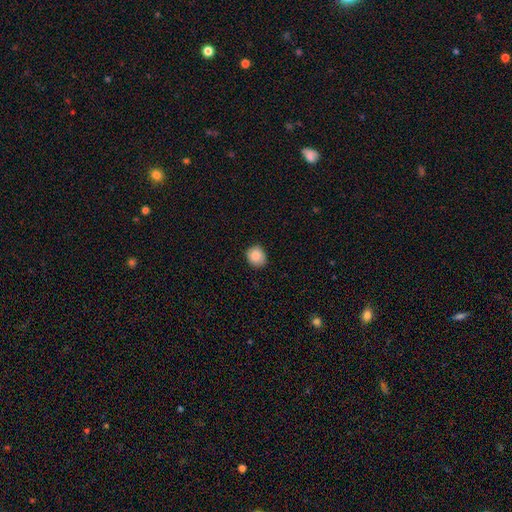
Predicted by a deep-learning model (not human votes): Smooth or featured? Predicted: smooth (p=0.86). How rounded? Predicted: round (p=0.75). Merging? Predicted: none (p=0.86).